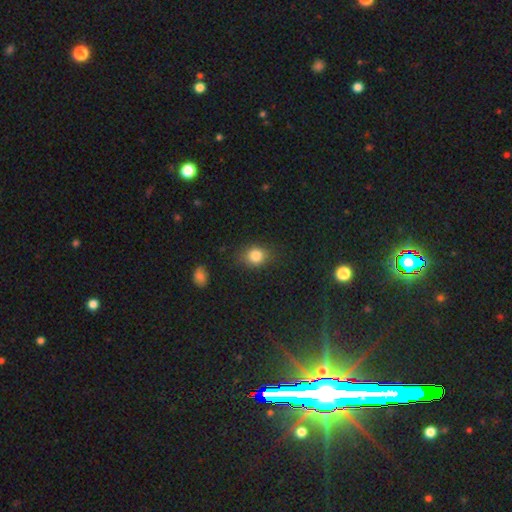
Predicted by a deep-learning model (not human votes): The model was most divided on "how rounded": round: 60%, in between: 38%, cigar-shaped: 1%. More confident: smooth or featured — smooth (83%); merging — none (82%).